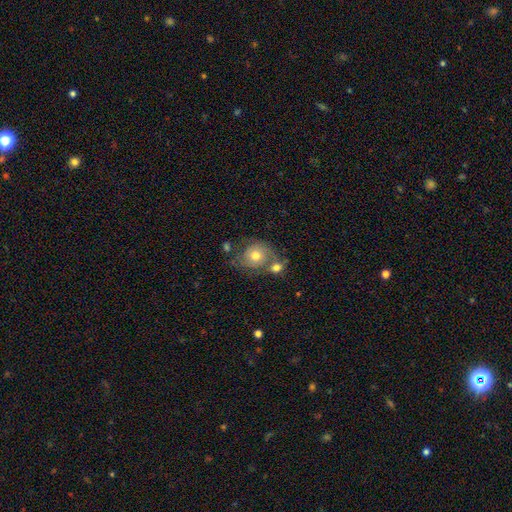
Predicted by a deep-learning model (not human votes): Smooth or featured: smooth — 53% (featured or disk — 38%)
How rounded: round — 74% (in between — 25%)
Merging: none — 38% (merger — 37%)